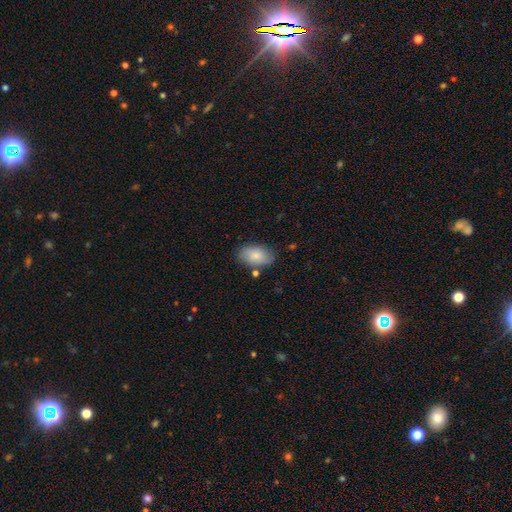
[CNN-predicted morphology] Smooth or featured? smooth (82%)
How rounded? in between (92%)
Merging? none (77%)